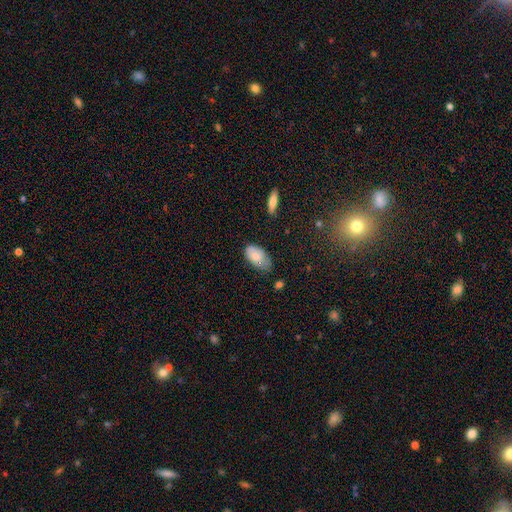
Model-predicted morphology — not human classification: The model was most divided on "merging": none: 53%, minor disturbance: 37%, major disturbance: 8%, merger: 2%. More confident: how rounded — in between (94%); smooth or featured — smooth (75%).